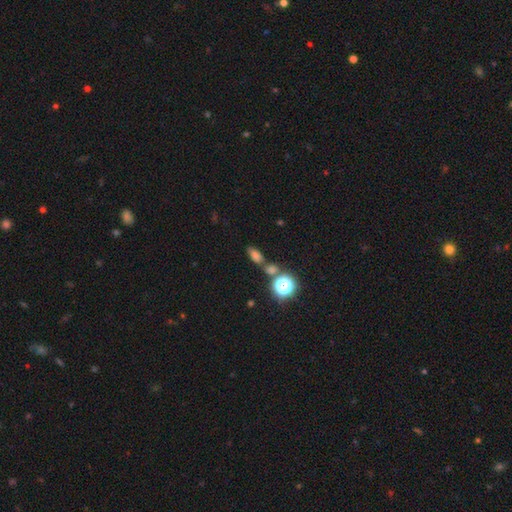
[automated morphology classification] smooth_or_featured: smooth (p=0.61) [alt: star or artifact p=0.29]
how_rounded: in between (p=0.71) [alt: round p=0.18]
merging: none (p=0.64) [alt: merger p=0.19]